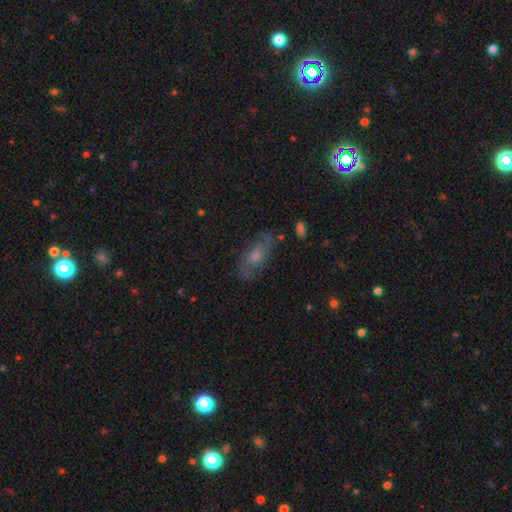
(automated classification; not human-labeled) Morphology: type=featured or disk (52%); edge-on=no (85%); merging=none (70%).